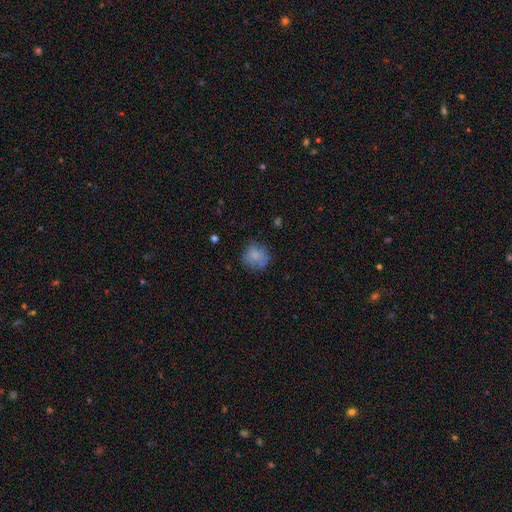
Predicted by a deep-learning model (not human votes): A smooth galaxy with no disk features (74%) that is round (82%). Merging: none (66%).